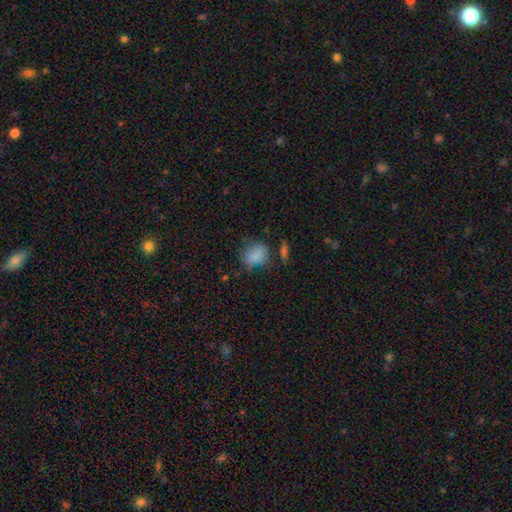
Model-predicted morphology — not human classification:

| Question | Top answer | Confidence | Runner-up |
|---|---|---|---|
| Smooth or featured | smooth | 83% | star or artifact (10%) |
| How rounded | in between | 55% | round (43%) |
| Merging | none | 60% | minor disturbance (25%) |